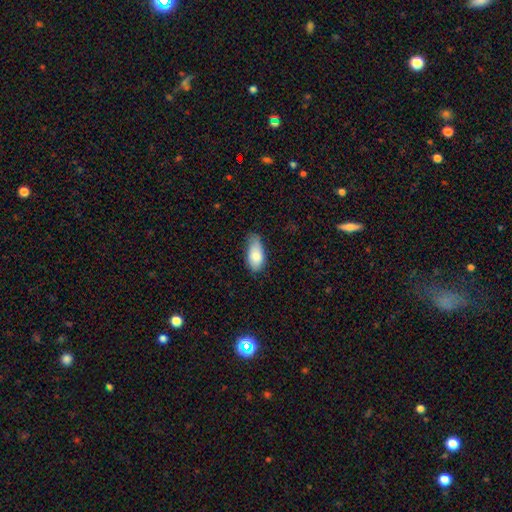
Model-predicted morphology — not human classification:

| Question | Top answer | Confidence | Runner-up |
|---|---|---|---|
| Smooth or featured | smooth | 81% | featured or disk (13%) |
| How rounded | in between | 92% | cigar-shaped (5%) |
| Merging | none | 46% | minor disturbance (42%) |